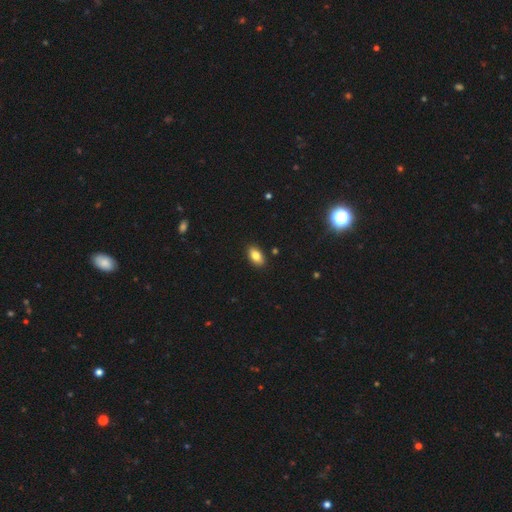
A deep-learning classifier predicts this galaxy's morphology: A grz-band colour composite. It shows a smooth galaxy with no disk features (82%) that is in between round and cigar-shaped (92%). Merging: none (88%).